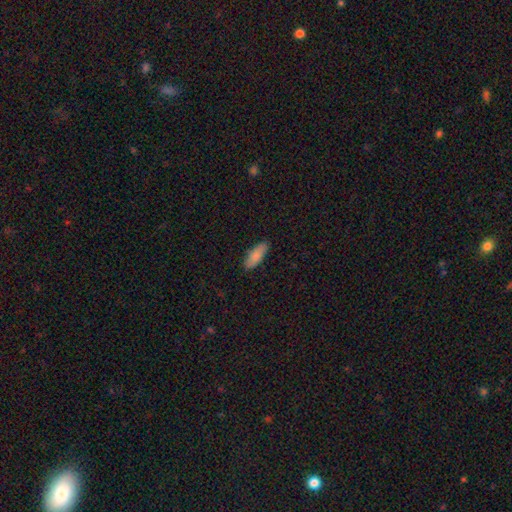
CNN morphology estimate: Overall: smooth (87%). How rounded: in between (67%; cigar-shaped 31%). Merging: none (86%).